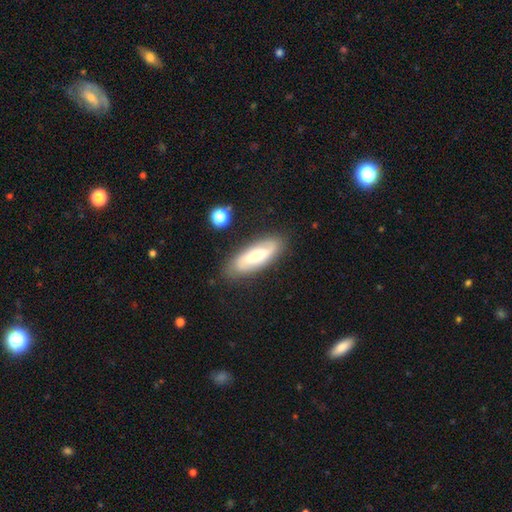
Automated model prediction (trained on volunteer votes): A featured or disk galaxy (58%). Merging: none (81%).